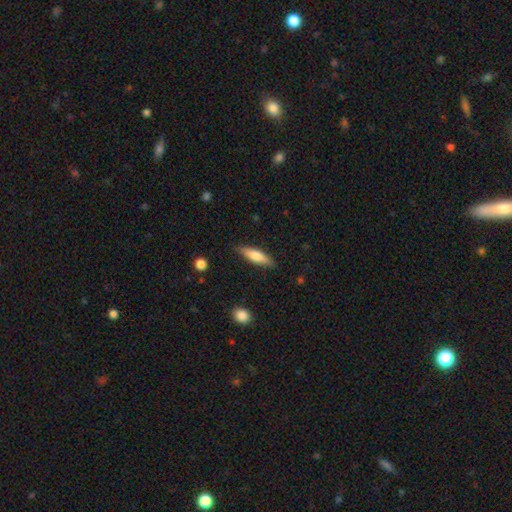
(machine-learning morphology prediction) This appears to be a smooth galaxy with no disk features (65%) that is cigar-shaped (65%). Merging: none (85%).